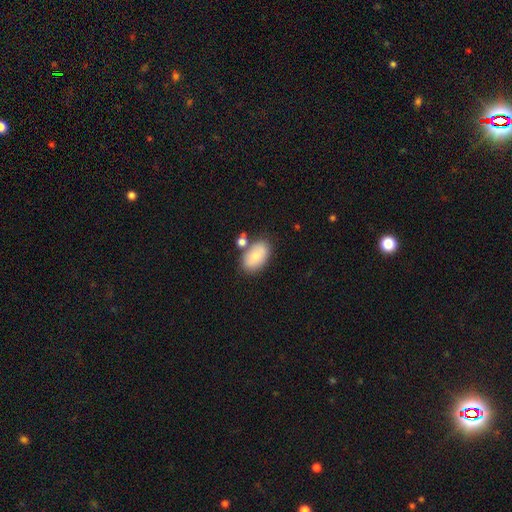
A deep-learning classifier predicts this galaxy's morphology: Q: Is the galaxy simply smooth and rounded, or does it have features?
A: smooth — 76%.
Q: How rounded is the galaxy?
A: in between — 91%.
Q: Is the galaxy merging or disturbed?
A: none — 69%.